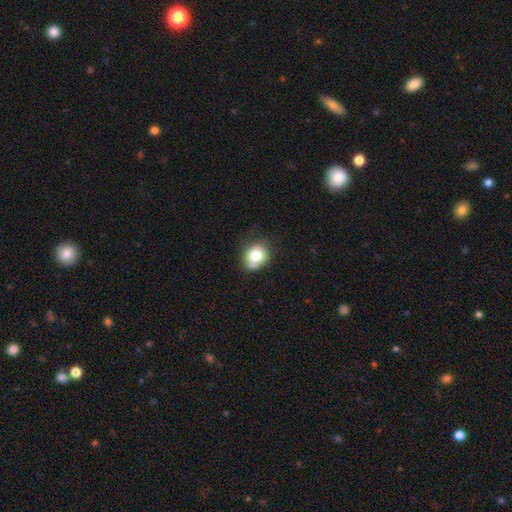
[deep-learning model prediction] Smooth or featured?
  - smooth: 76% *
  - featured or disk: 14%
  - star or artifact: 10%
How rounded?
  - round: 68% *
  - in between: 31%
  - cigar-shaped: 1%
Merging?
  - none: 56% *
  - minor disturbance: 23%
  - merger: 15%
  - major disturbance: 7%